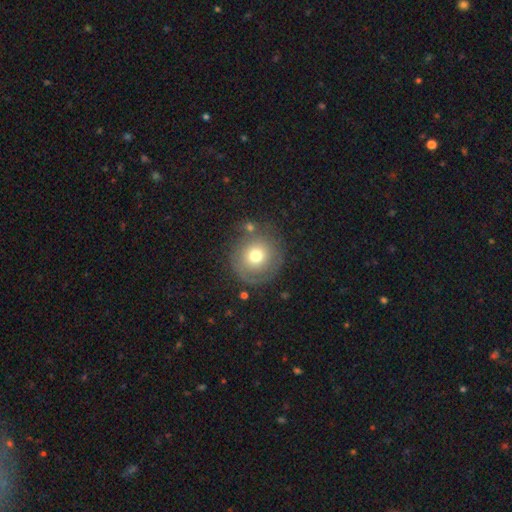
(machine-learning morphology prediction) type=smooth (63%); roundness=round (94%); merging=none (74%).